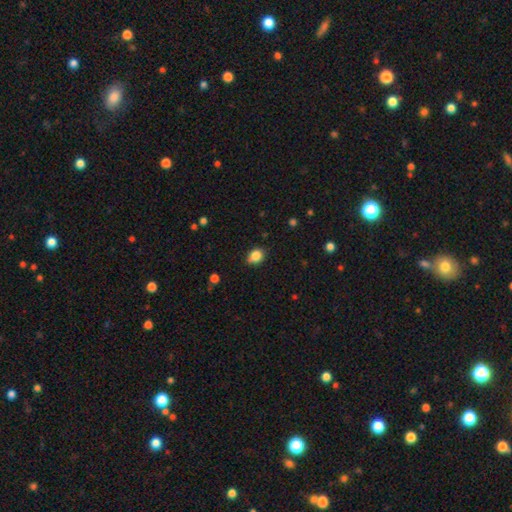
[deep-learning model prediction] Q: Smooth or featured?
A: smooth (85%); runner-up: star or artifact (9%)
Q: How rounded?
A: in between (56%); runner-up: round (43%)
Q: Merging?
A: none (81%); runner-up: minor disturbance (15%)